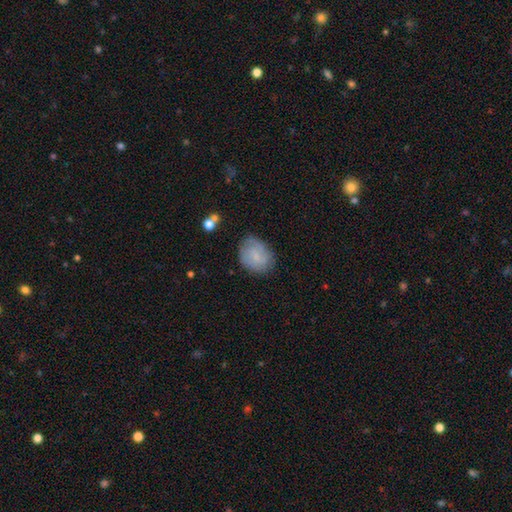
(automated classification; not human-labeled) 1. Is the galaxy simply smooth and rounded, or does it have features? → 50% smooth, 43% featured or disk, 8% star or artifact.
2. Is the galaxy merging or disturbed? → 71% none, 21% minor disturbance, 6% major disturbance, 2% merger.